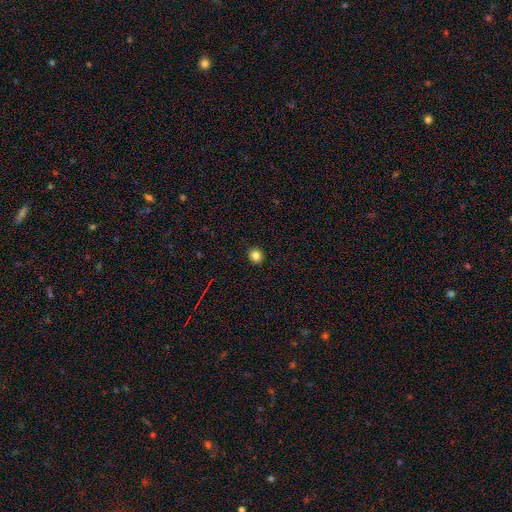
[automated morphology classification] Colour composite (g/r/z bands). It shows a smooth galaxy with no disk features (82%) that is round (85%). Merging: none (92%).